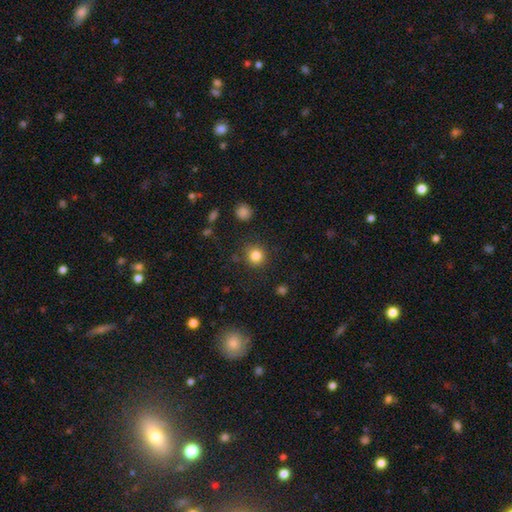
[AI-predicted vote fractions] This appears to be a smooth galaxy with no disk features (83%) that is round (93%). Merging: none (88%).